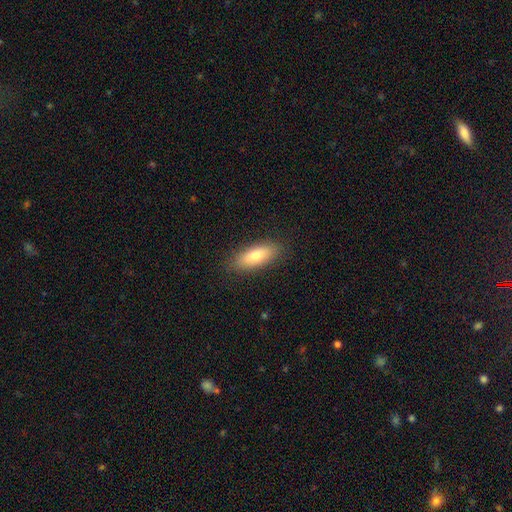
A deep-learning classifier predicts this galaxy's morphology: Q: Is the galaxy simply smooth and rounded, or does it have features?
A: smooth — 78%.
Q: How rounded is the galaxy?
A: in between — 72%.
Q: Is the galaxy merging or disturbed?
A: none — 88%.